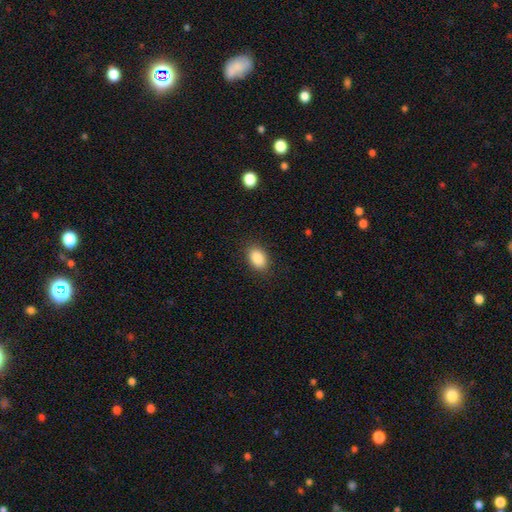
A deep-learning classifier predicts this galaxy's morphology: The model was most divided on "how rounded": in between: 81%, round: 18%, cigar-shaped: 1%. More confident: merging — none (88%); smooth or featured — smooth (87%).